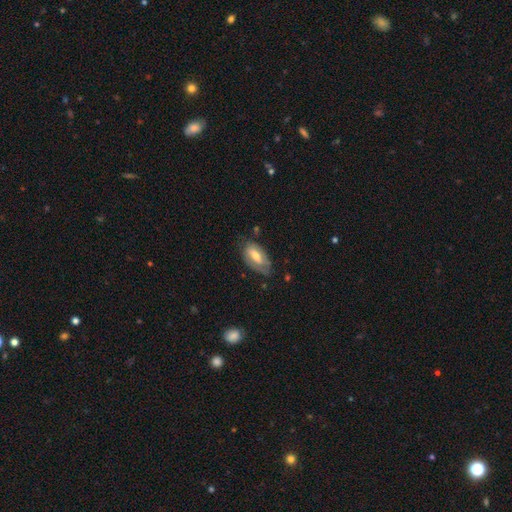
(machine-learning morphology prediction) Q: Smooth or featured?
A: featured or disk (48%); runner-up: smooth (45%)
Q: Merging?
A: none (59%); runner-up: minor disturbance (28%)